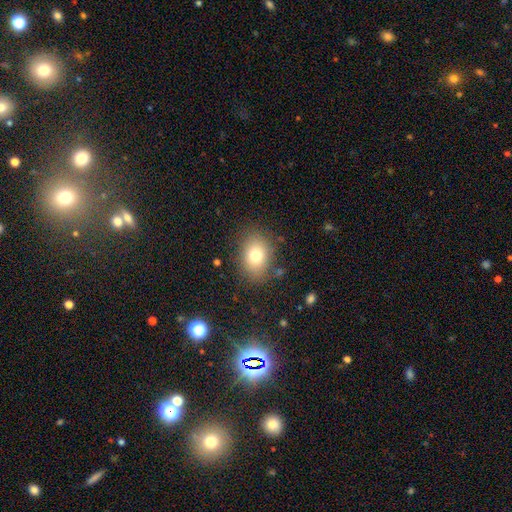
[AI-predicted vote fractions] Overall: smooth (77%). How rounded: in between (67%; round 31%). Merging: none (82%).